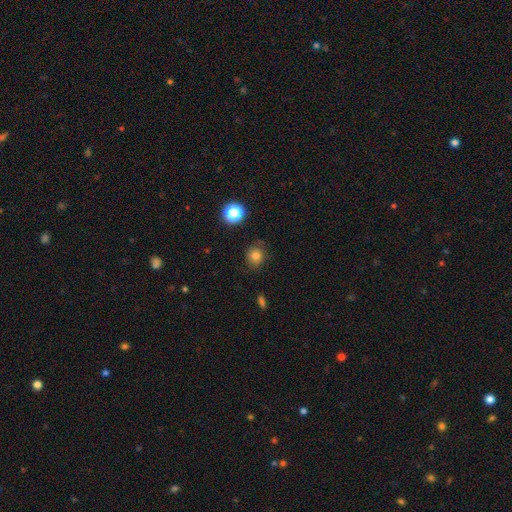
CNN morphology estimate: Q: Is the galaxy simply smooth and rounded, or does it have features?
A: smooth — 77%.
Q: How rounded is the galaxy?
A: round — 82%.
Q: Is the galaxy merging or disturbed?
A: none — 78%.